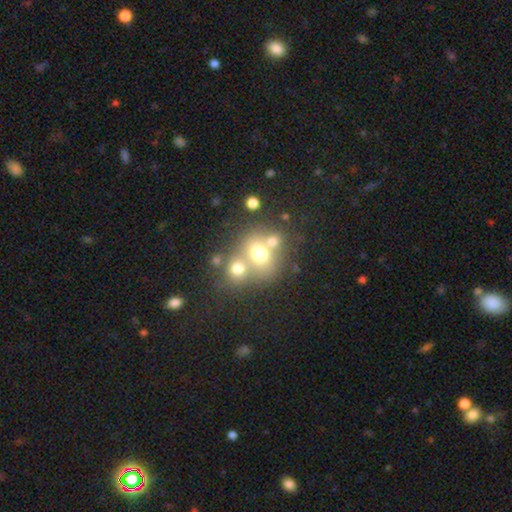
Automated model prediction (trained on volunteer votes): smooth-or-featured: smooth: 56% | featured or disk: 26% | star or artifact: 18%
  how-rounded: round: 66% | in between: 32% | cigar-shaped: 1%
  merging: merger: 52% | none: 34% | minor disturbance: 9% | major disturbance: 5%